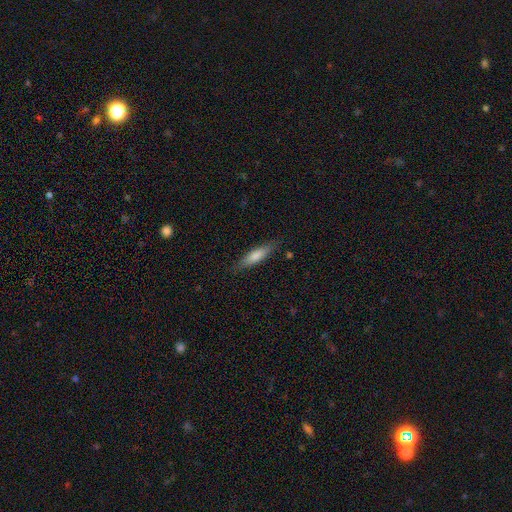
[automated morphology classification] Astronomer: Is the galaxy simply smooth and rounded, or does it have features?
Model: smooth — 72%.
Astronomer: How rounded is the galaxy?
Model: cigar-shaped — 75%.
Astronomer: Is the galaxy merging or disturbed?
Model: none — 84%.